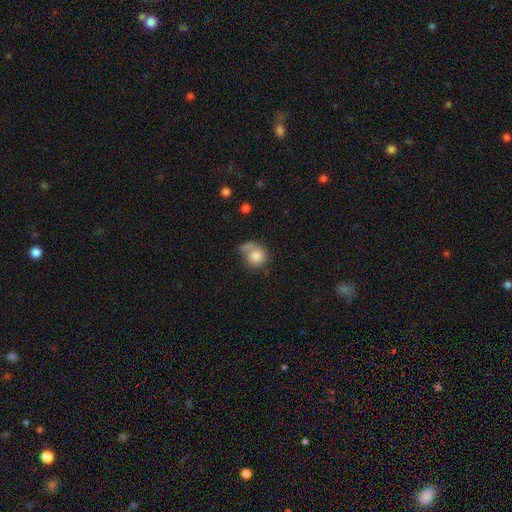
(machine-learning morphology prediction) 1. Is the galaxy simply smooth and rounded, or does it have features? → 78% smooth, 14% featured or disk, 8% star or artifact.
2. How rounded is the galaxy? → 81% round, 18% in between, 1% cigar-shaped.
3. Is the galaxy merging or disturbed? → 42% none, 22% minor disturbance, 18% major disturbance, 17% merger.